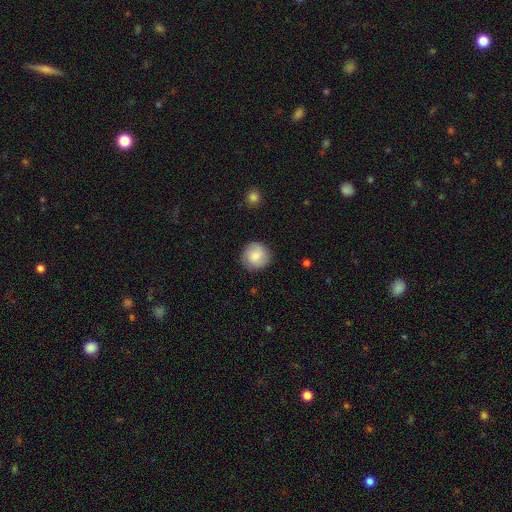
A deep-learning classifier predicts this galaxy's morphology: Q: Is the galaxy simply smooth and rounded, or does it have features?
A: smooth — 76%.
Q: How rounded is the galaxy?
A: round — 94%.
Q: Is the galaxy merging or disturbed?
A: none — 87%.